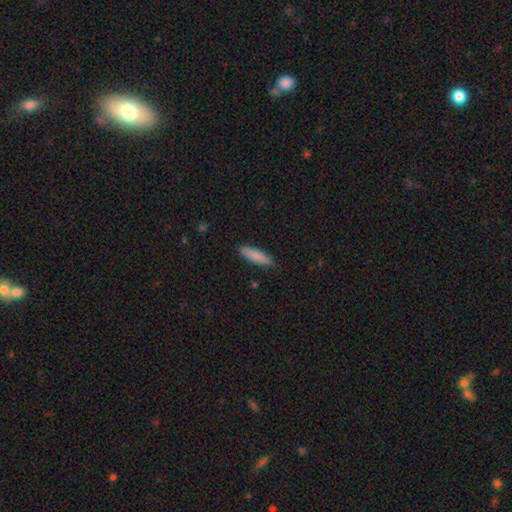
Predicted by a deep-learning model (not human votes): A smooth galaxy with no disk features (85%) that is cigar-shaped (69%).

Vote fractions:
- Smooth or featured? smooth: 85% / featured or disk: 9% / star or artifact: 6%
- How rounded? cigar-shaped: 69% / in between: 30% / round: 1%
- Merging? none: 88% / minor disturbance: 9% / major disturbance: 2% / merger: 1%